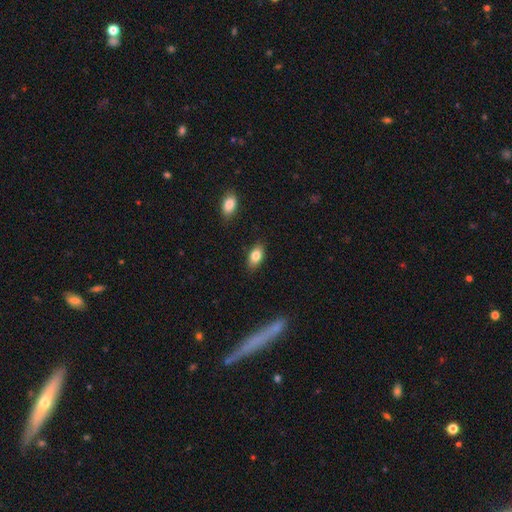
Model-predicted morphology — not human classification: Q: Smooth or featured?
A: smooth (81%); runner-up: featured or disk (12%)
Q: How rounded?
A: in between (89%); runner-up: round (7%)
Q: Merging?
A: none (85%); runner-up: minor disturbance (11%)